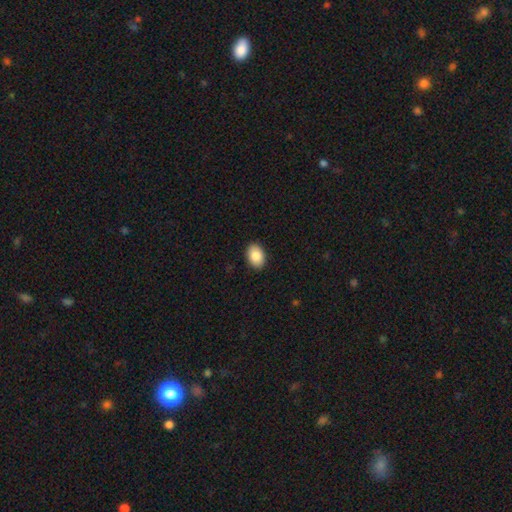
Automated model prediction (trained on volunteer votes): Smooth or featured? smooth (87%)
How rounded? in between (83%)
Merging? none (90%)